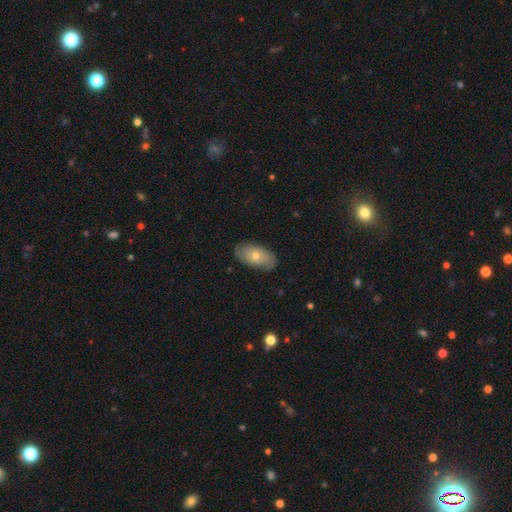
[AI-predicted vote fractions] Smooth or featured: smooth — 58% (featured or disk — 35%)
How rounded: in between — 92% (cigar-shaped — 4%)
Merging: none — 83% (minor disturbance — 13%)